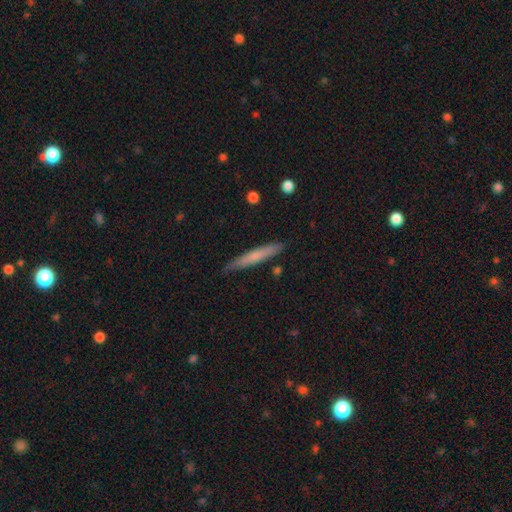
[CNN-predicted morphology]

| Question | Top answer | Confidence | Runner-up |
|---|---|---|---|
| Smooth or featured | smooth | 62% | featured or disk (33%) |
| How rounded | cigar-shaped | 94% | in between (4%) |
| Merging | none | 83% | minor disturbance (13%) |